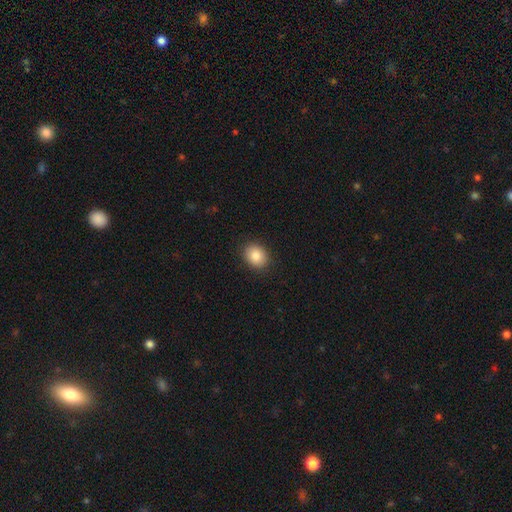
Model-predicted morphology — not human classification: This appears to be a smooth galaxy with no disk features (87%) that is round (53%). Merging: none (90%).